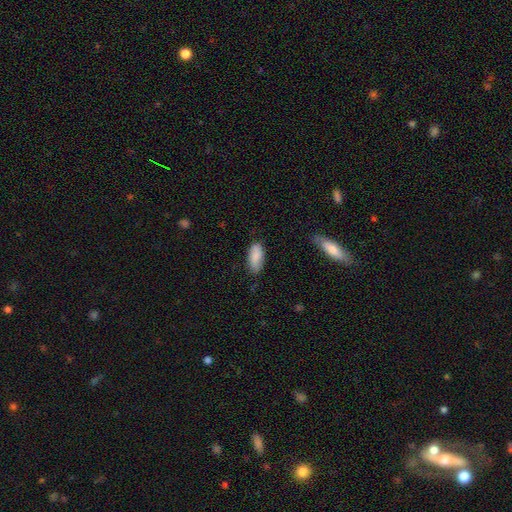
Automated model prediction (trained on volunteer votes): Q: Smooth or featured?
A: smooth (85%); runner-up: featured or disk (9%)
Q: How rounded?
A: in between (88%); runner-up: cigar-shaped (10%)
Q: Merging?
A: none (76%); runner-up: minor disturbance (19%)